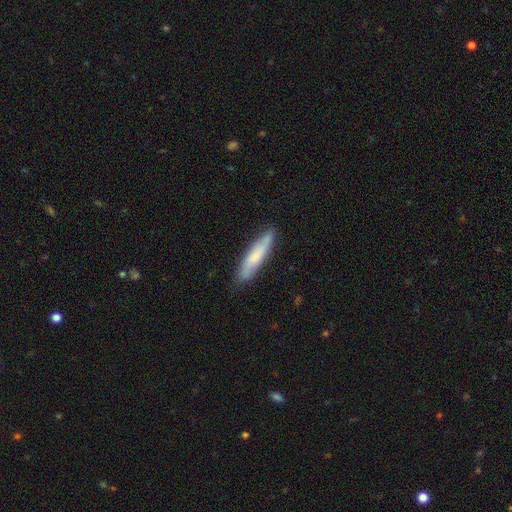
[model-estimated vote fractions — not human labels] smooth_or_featured: smooth (p=0.68) [alt: featured or disk p=0.26]
how_rounded: cigar-shaped (p=0.86) [alt: in between p=0.13]
merging: none (p=0.85) [alt: minor disturbance p=0.12]